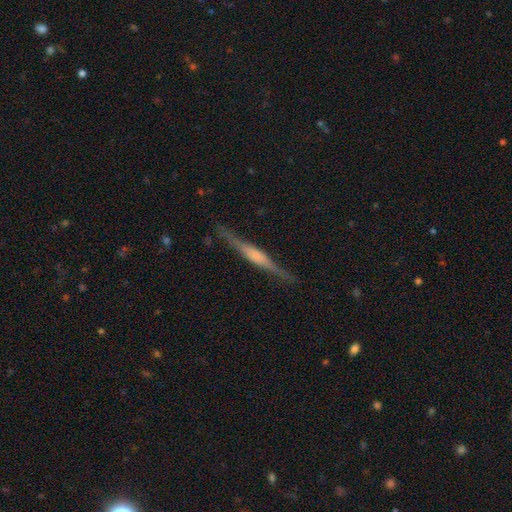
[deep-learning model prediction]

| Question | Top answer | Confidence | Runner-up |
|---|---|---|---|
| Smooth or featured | featured or disk | 76% | smooth (18%) |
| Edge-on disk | yes | 98% | no (2%) |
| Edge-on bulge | rounded | 44% | boxy (42%) |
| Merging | none | 88% | minor disturbance (9%) |